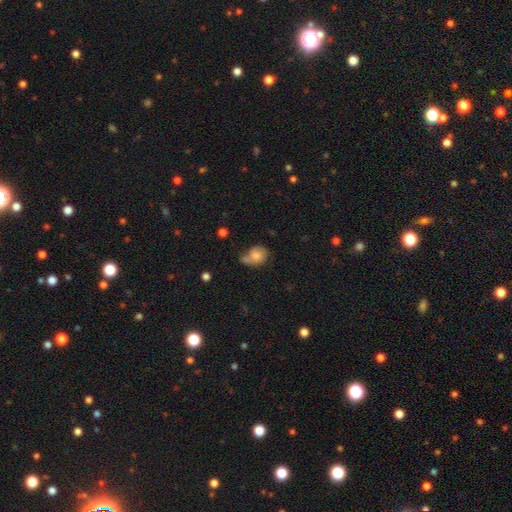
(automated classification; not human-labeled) Smooth or featured: smooth — 68% (featured or disk — 22%)
How rounded: round — 53% (in between — 46%)
Merging: none — 38% (minor disturbance — 25%)